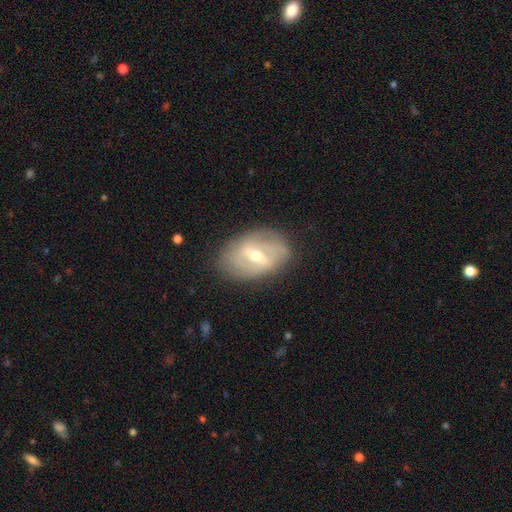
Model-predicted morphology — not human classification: smooth_or_featured: featured or disk (p=0.73) [alt: smooth p=0.20]
disk_edge_on: no (p=0.92) [alt: yes p=0.08]
bar: strong (p=0.45) [alt: weak p=0.43]
has_spiral_arms: yes (p=0.68) [alt: no p=0.32]
bulge_size: moderate (p=0.62) [alt: small p=0.33]
merging: none (p=0.77) [alt: minor disturbance p=0.17]